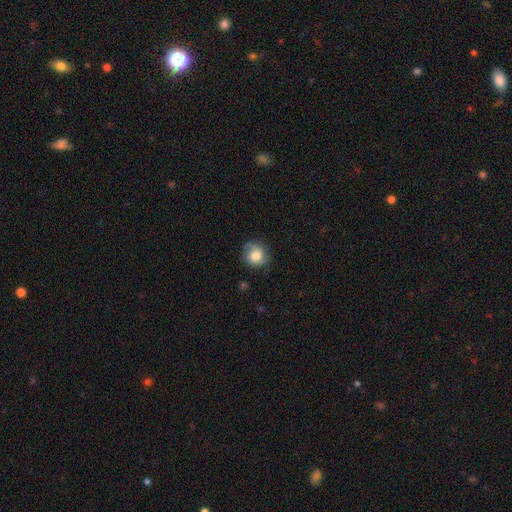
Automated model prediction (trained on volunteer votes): Smooth or featured? smooth (48%)
Merging? none (68%)